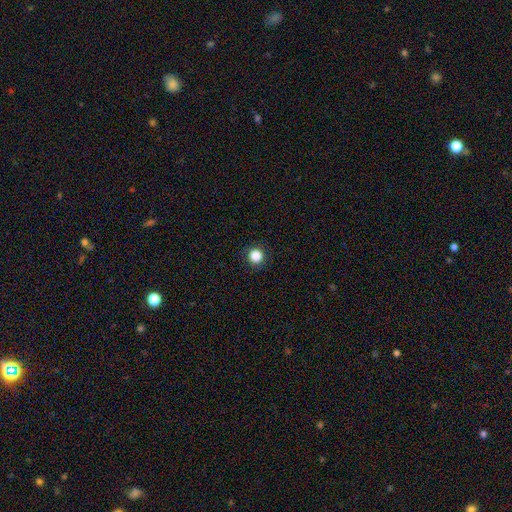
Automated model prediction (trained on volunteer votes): smooth 86%, star or artifact 11%, featured or disk 3%. Down the decision tree: how rounded — round (95%); merging — none (92%).